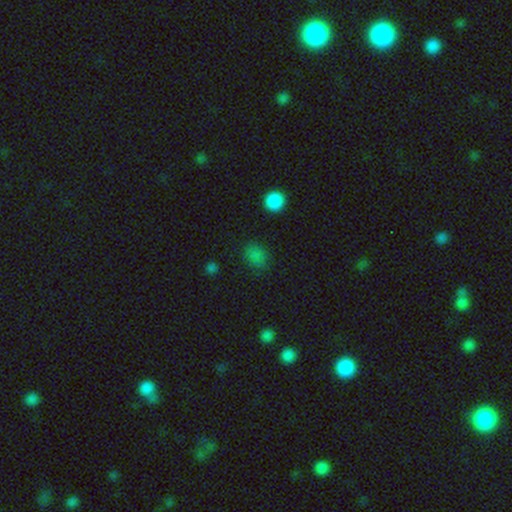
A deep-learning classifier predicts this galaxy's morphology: Smooth or featured? Predicted: smooth (p=0.78). How rounded? Predicted: round (p=0.62). Merging? Predicted: none (p=0.80).